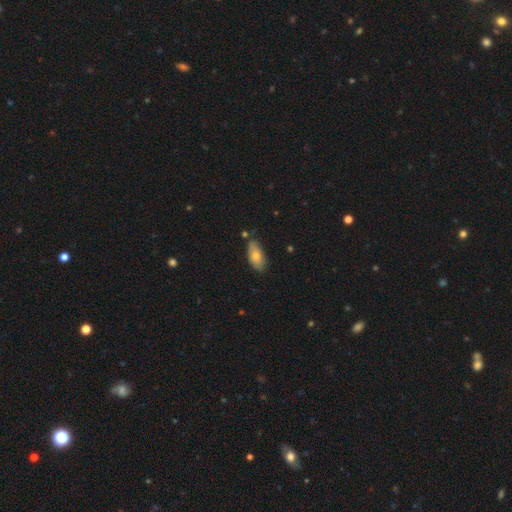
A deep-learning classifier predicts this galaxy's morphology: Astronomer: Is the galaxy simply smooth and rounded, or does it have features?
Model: smooth — 69%.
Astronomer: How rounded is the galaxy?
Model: in between — 88%.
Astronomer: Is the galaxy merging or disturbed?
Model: none — 72%.